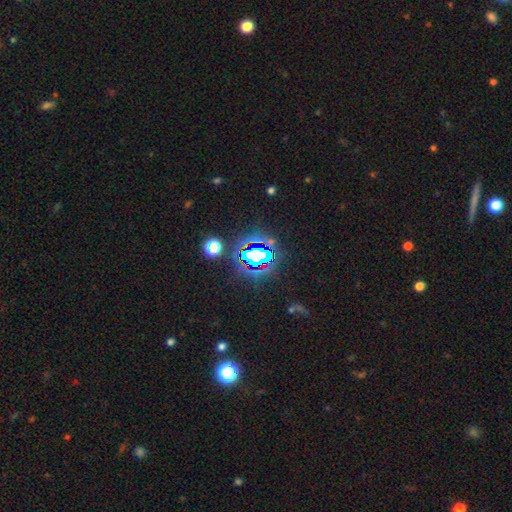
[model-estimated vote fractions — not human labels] Morphology: type=star or artifact (68%).